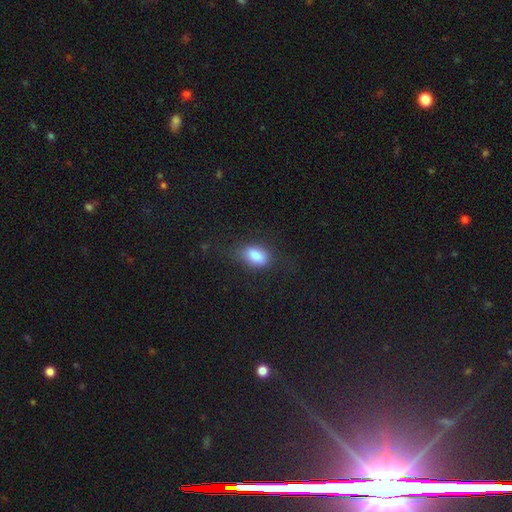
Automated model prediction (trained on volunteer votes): A smooth galaxy with no disk features (84%) that is in between round and cigar-shaped (87%). Merging: none (70%).